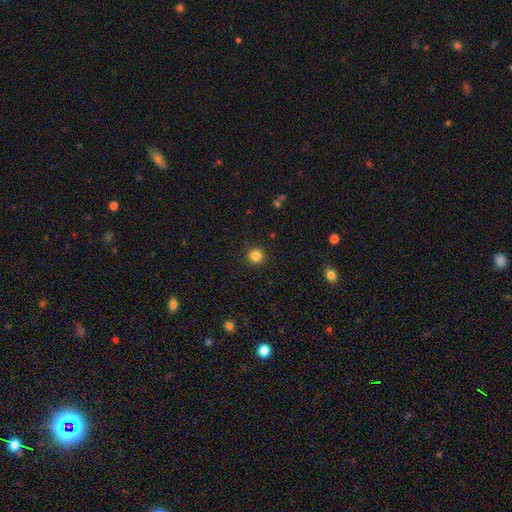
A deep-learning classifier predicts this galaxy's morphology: Smooth or featured: smooth — 84% (star or artifact — 12%)
How rounded: round — 94% (in between — 5%)
Merging: none — 91% (minor disturbance — 6%)